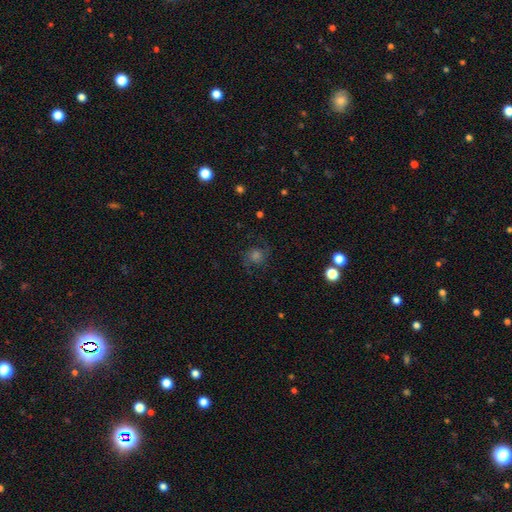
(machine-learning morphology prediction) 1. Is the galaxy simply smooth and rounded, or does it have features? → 54% featured or disk, 24% smooth, 22% star or artifact.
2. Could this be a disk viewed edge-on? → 97% no, 3% yes.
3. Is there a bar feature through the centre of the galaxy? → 73% no, 23% weak, 4% strong.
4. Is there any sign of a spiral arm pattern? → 92% yes, 8% no.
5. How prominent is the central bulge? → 43% moderate, 26% small, 16% large, 11% none, 4% dominant.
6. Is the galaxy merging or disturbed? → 77% none, 13% minor disturbance, 9% major disturbance, 1% merger.